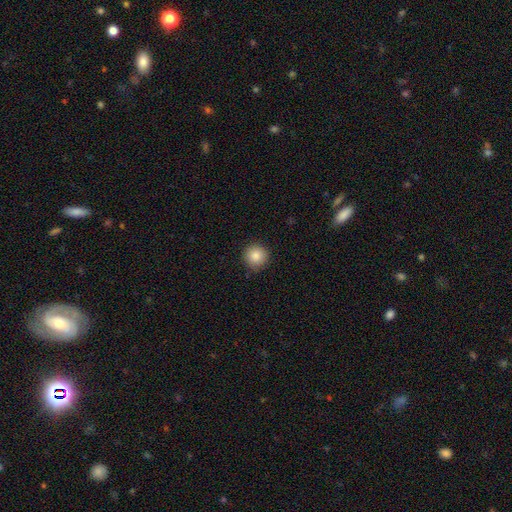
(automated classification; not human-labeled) A smooth galaxy with no disk features (86%) that is round (95%).

Vote fractions:
- Smooth or featured? smooth: 86% / star or artifact: 9% / featured or disk: 5%
- How rounded? round: 95% / in between: 4% / cigar-shaped: 1%
- Merging? none: 90% / minor disturbance: 7% / major disturbance: 2% / merger: 1%